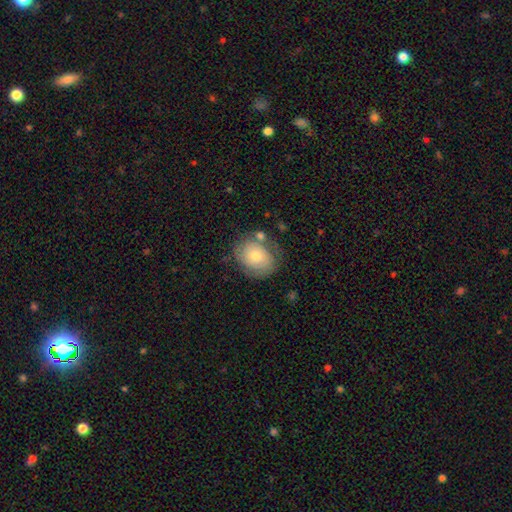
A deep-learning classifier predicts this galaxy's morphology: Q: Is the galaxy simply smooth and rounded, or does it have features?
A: smooth — 61%.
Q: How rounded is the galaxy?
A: round — 56%.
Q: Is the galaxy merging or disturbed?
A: none — 65%.